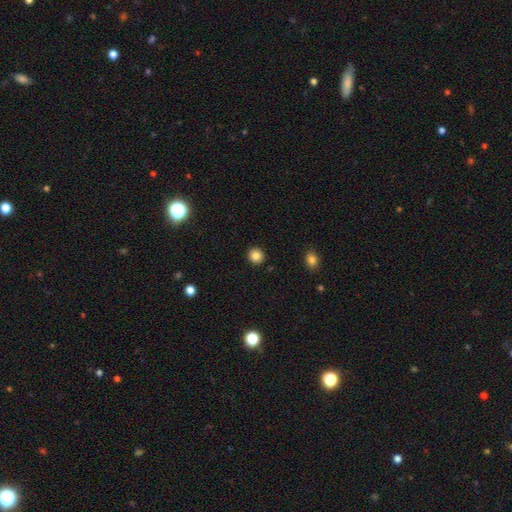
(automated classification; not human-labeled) Q: Smooth or featured?
A: smooth (83%); runner-up: star or artifact (11%)
Q: How rounded?
A: round (91%); runner-up: in between (8%)
Q: Merging?
A: none (92%); runner-up: minor disturbance (5%)